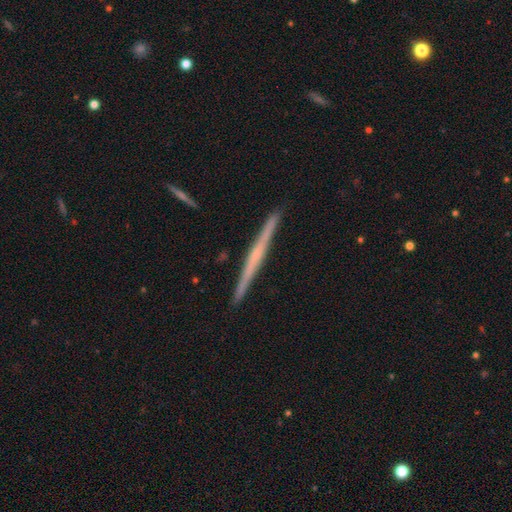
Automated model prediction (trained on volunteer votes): This appears to be a featured or disk galaxy (66%) viewed edge-on (98%) with no central bulge (70%). Merging: none (92%).